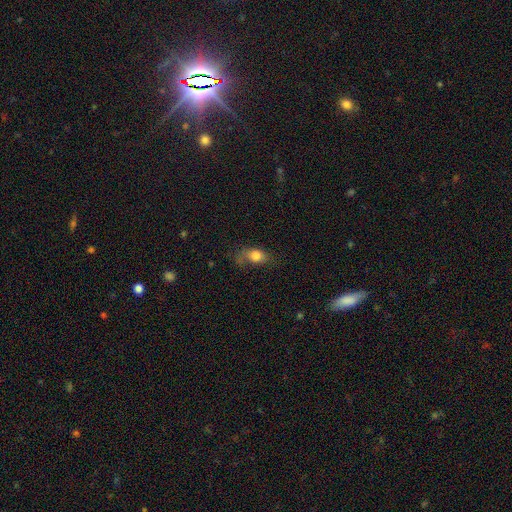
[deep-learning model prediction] Smooth or featured: smooth — 79% (featured or disk — 12%)
How rounded: in between — 71% (round — 24%)
Merging: none — 46% (minor disturbance — 30%)